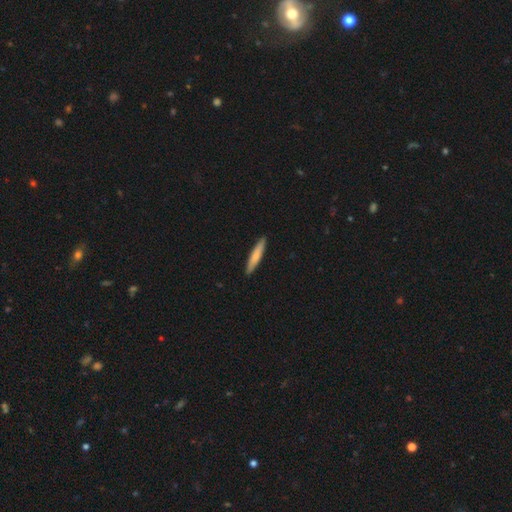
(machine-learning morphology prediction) Overall: smooth (74%). How rounded: cigar-shaped (91%). Merging: none (91%).